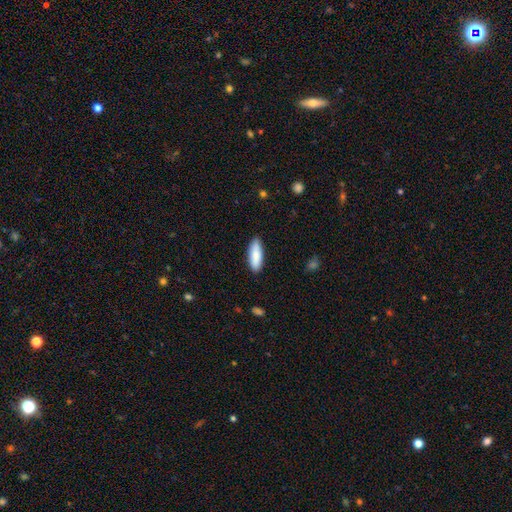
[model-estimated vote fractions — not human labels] smooth_or_featured: smooth (p=0.87) [alt: featured or disk p=0.08]
how_rounded: in between (p=0.59) [alt: cigar-shaped p=0.39]
merging: none (p=0.88) [alt: minor disturbance p=0.09]